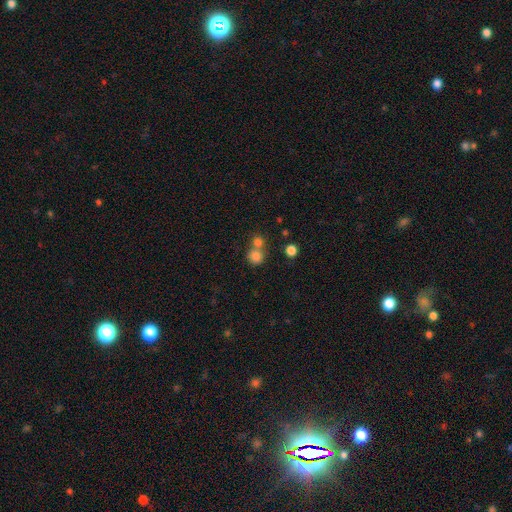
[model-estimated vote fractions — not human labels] Smooth or featured? smooth (80%)
How rounded? round (89%)
Merging? none (51%)